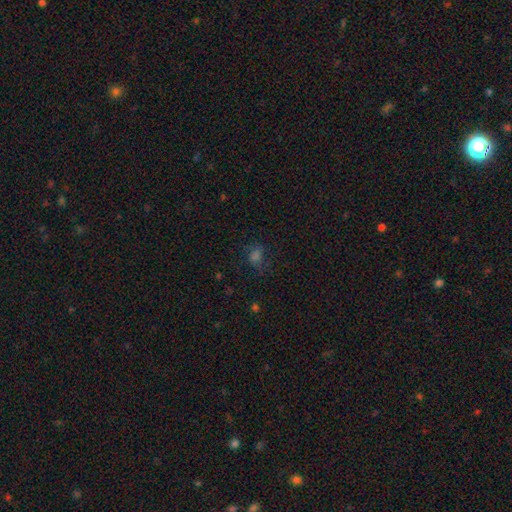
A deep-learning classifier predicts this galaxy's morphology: Overall: smooth (56%; star or artifact 31%). How rounded: in between (64%; round 33%). Merging: none (66%).